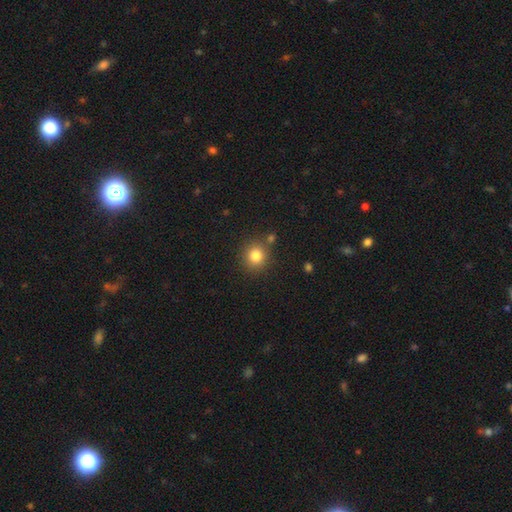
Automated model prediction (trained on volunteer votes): Q: Smooth or featured?
A: smooth (82%); runner-up: star or artifact (12%)
Q: How rounded?
A: round (88%); runner-up: in between (11%)
Q: Merging?
A: none (82%); runner-up: minor disturbance (9%)